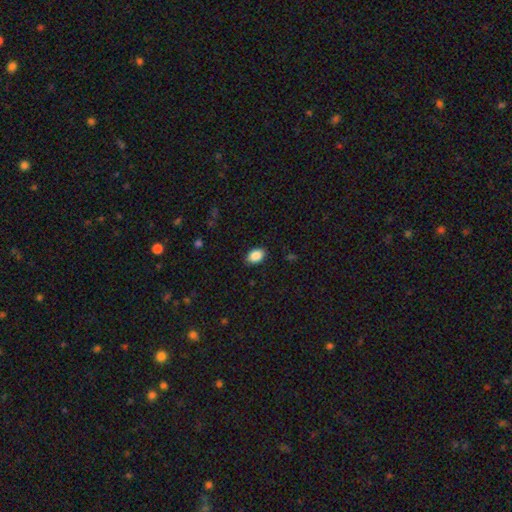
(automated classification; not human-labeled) Morphology: type=smooth (88%); roundness=in between (84%); merging=none (88%).